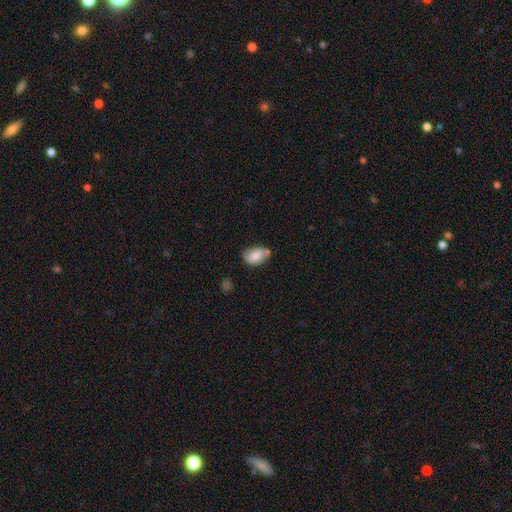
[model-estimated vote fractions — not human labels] smooth-or-featured: smooth: 71% | featured or disk: 21% | star or artifact: 8%
  how-rounded: in between: 88% | round: 10% | cigar-shaped: 2%
  merging: none: 53% | minor disturbance: 29% | merger: 12% | major disturbance: 6%